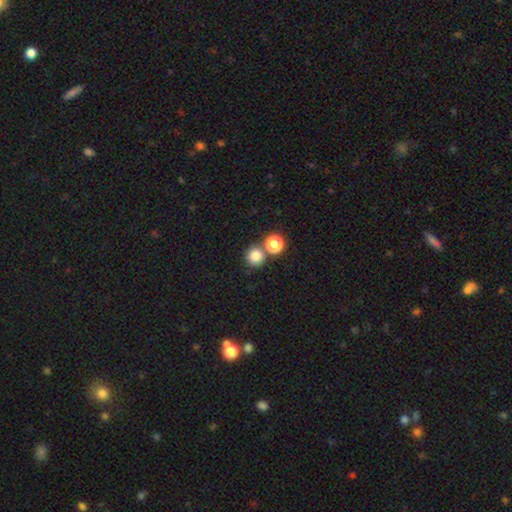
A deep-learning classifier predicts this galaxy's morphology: The model was most divided on "merging": none: 67%, merger: 23%, minor disturbance: 7%, major disturbance: 3%. More confident: how rounded — round (92%); smooth or featured — smooth (82%).